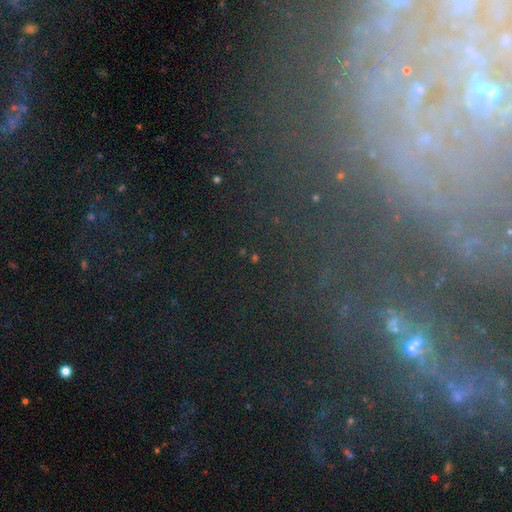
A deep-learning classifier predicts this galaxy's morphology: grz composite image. It shows a featured or disk galaxy (53%). Merging: none (69%).